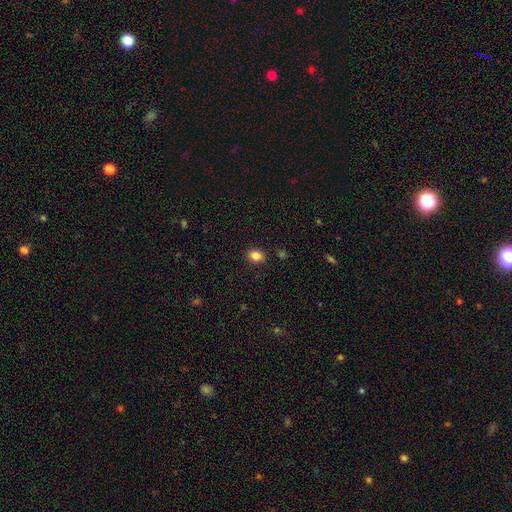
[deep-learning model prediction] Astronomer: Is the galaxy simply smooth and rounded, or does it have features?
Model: smooth — 84%.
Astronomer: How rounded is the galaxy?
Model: in between — 60% (runner-up: round, 39%).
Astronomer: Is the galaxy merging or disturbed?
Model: none — 89%.